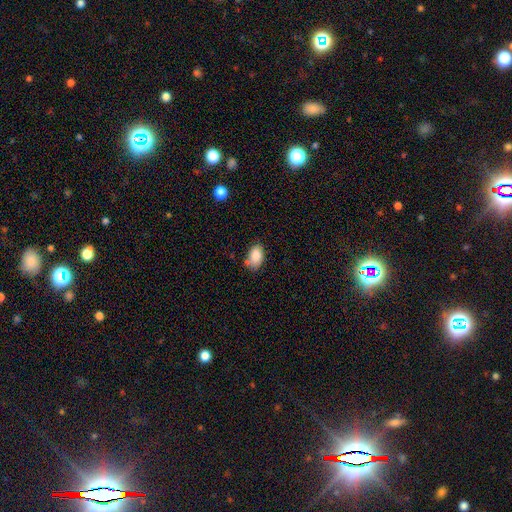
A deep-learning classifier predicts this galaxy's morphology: Smooth or featured: smooth — 86% (star or artifact — 7%)
How rounded: in between — 91% (round — 8%)
Merging: none — 66% (minor disturbance — 21%)